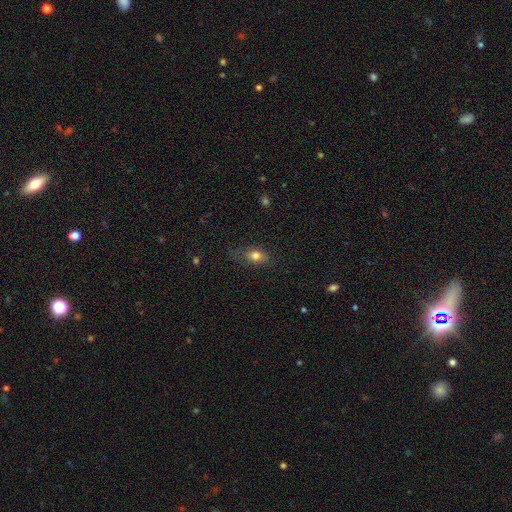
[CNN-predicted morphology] Q: Smooth or featured?
A: smooth (78%); runner-up: featured or disk (13%)
Q: How rounded?
A: in between (78%); runner-up: round (15%)
Q: Merging?
A: none (71%); runner-up: minor disturbance (21%)